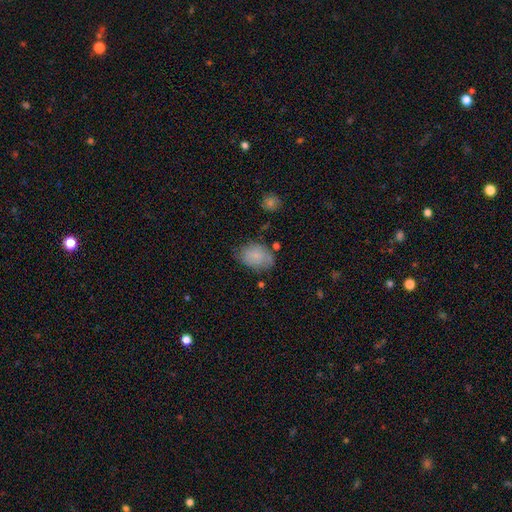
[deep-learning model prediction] Smooth or featured: smooth — 77% (featured or disk — 15%)
How rounded: in between — 78% (round — 21%)
Merging: none — 62% (minor disturbance — 27%)